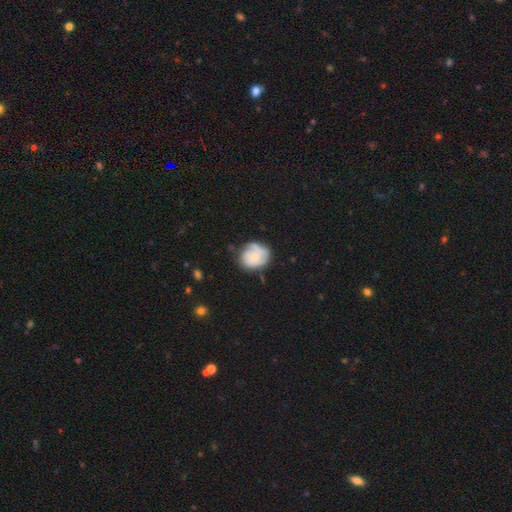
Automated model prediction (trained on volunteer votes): smooth-or-featured: smooth: 52% | featured or disk: 41% | star or artifact: 7%
  how-rounded: round: 67% | in between: 32% | cigar-shaped: 1%
  merging: none: 54% | minor disturbance: 29% | major disturbance: 11% | merger: 6%